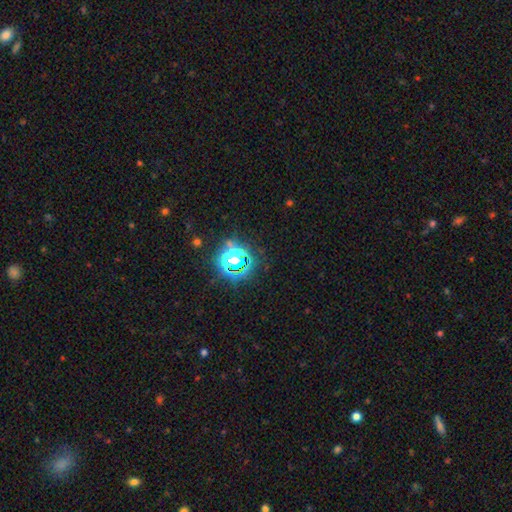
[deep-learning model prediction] Smooth or featured? star or artifact (80%)